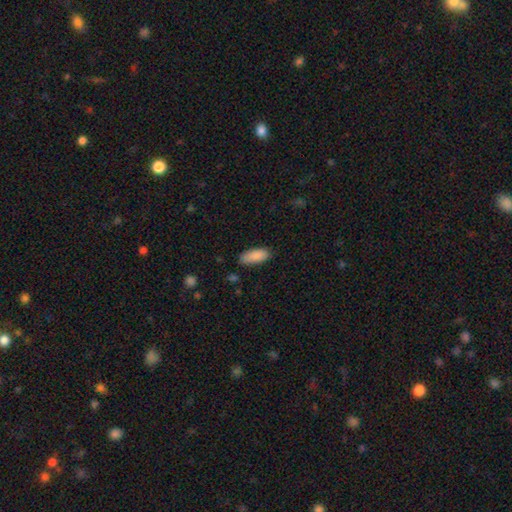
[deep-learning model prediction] Q: Smooth or featured?
A: smooth (89%); runner-up: star or artifact (6%)
Q: How rounded?
A: in between (83%); runner-up: cigar-shaped (15%)
Q: Merging?
A: none (81%); runner-up: minor disturbance (15%)